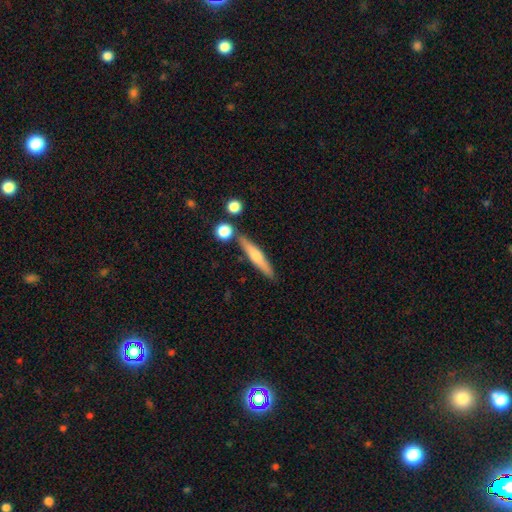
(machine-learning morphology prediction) A featured or disk galaxy (49%).

Vote fractions:
- Smooth or featured? featured or disk: 49% / smooth: 44% / star or artifact: 7%
- Merging? none: 82% / minor disturbance: 9% / merger: 7% / major disturbance: 2%